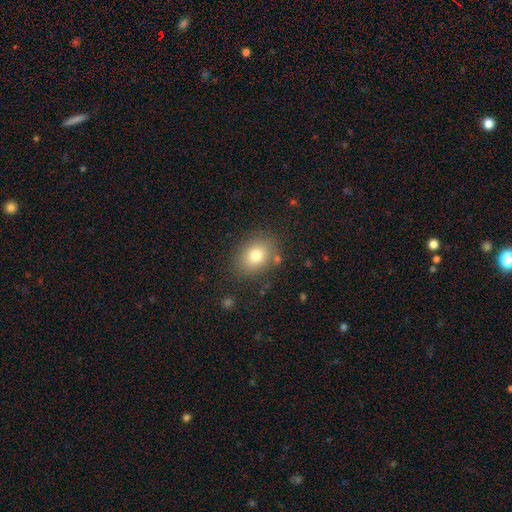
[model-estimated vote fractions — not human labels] Morphology: type=smooth (79%); roundness=in between (59%); merging=none (82%).